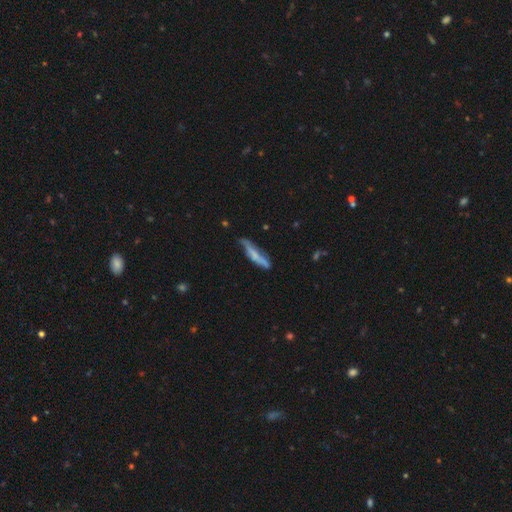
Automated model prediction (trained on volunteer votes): Morphology: type=smooth (54%); roundness=cigar-shaped (86%); merging=none (58%).